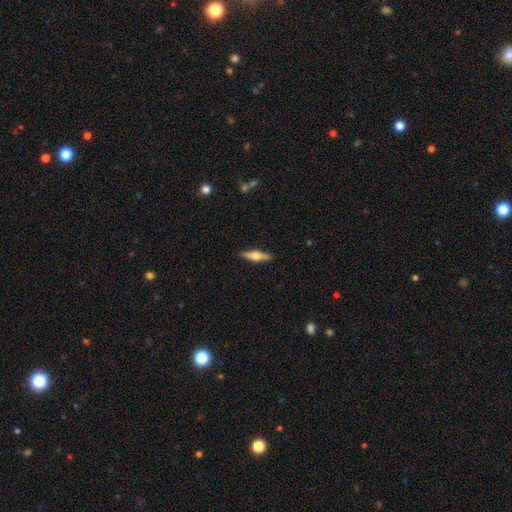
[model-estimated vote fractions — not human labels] This is possibly a featured or disk galaxy (58%). It is clearly viewed edge-on (96%). Edge-on bulge: clearly rounded (93%). Merging: clearly none (91%).